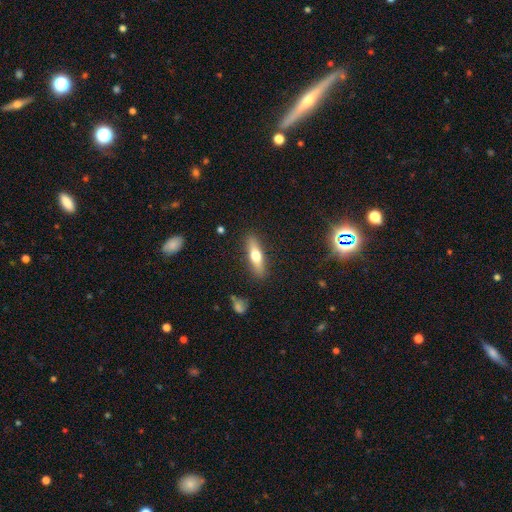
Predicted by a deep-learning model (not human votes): A smooth galaxy with no disk features (53%) that is cigar-shaped (69%). Merging: none (88%).